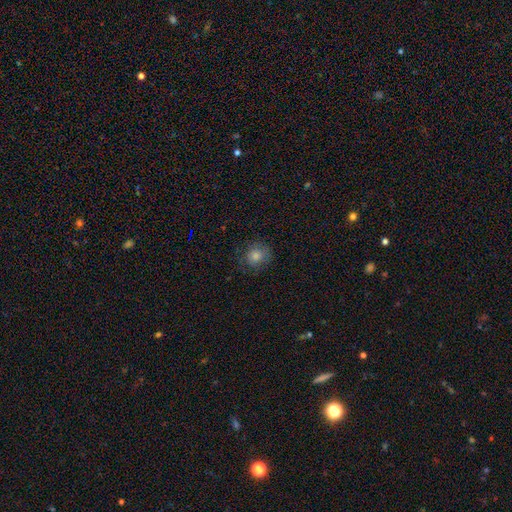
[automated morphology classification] Q: Smooth or featured?
A: smooth (70%); runner-up: star or artifact (16%)
Q: How rounded?
A: round (85%); runner-up: in between (14%)
Q: Merging?
A: none (77%); runner-up: minor disturbance (16%)